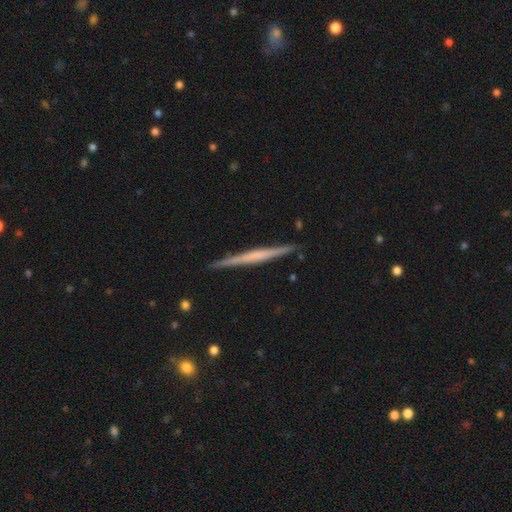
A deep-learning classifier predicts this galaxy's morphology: smooth-or-featured: featured or disk: 60% | smooth: 34% | star or artifact: 5%
  disk-edge-on: yes: 98% | no: 2%
    edge-on-bulge: none: 72% | rounded: 17% | boxy: 11%
  merging: none: 90% | minor disturbance: 7% | major disturbance: 1% | merger: 1%